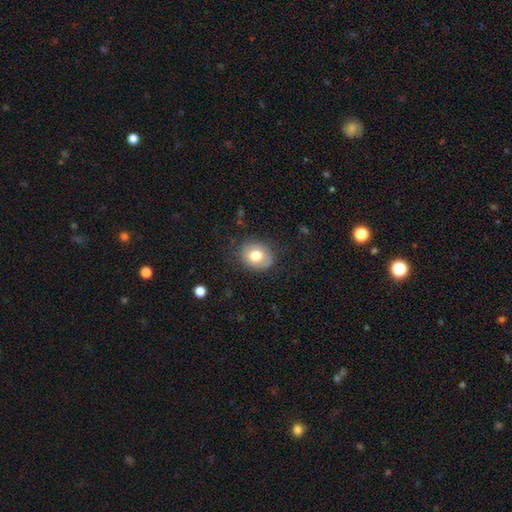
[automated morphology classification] The model was most divided on "how rounded": round: 65%, in between: 34%, cigar-shaped: 1%. More confident: merging — none (78%); smooth or featured — smooth (71%).